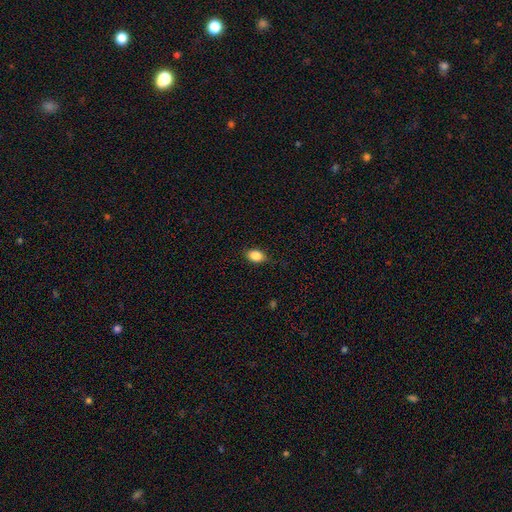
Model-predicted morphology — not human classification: Smooth or featured? smooth (86%)
How rounded? in between (81%)
Merging? none (80%)